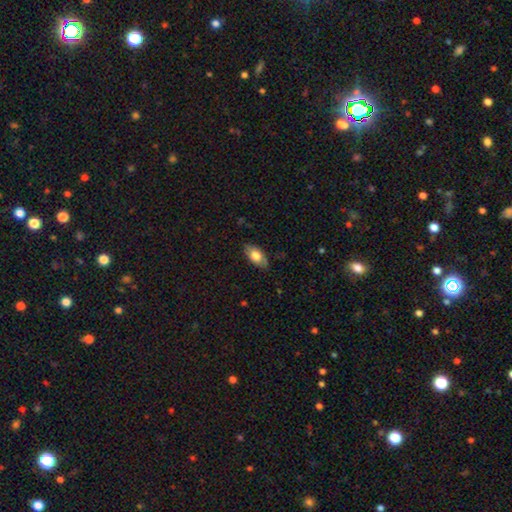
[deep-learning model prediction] A smooth galaxy with no disk features (74%) that is in between round and cigar-shaped (91%).

Vote fractions:
- Smooth or featured? smooth: 74% / featured or disk: 19% / star or artifact: 7%
- How rounded? in between: 91% / cigar-shaped: 5% / round: 4%
- Merging? none: 82% / minor disturbance: 15% / major disturbance: 3% / merger: 1%